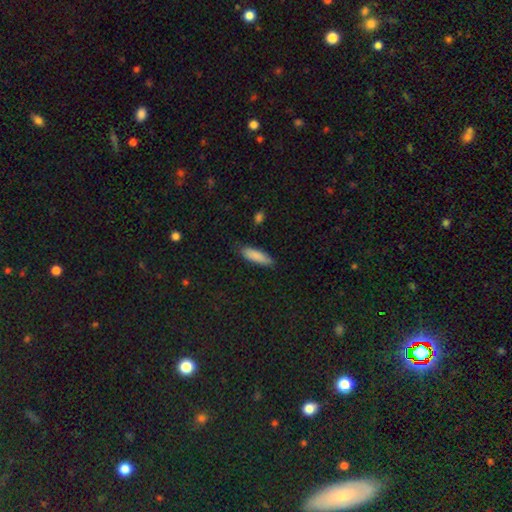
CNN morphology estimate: Smooth or featured? Predicted: smooth (p=0.87). How rounded? Predicted: cigar-shaped (p=0.54). Merging? Predicted: none (p=0.82).